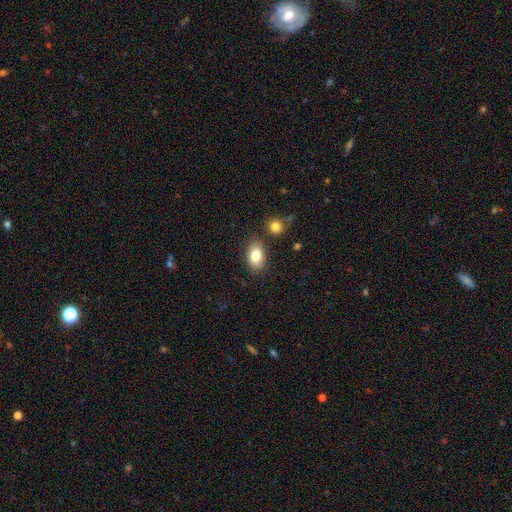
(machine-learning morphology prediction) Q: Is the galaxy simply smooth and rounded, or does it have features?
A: smooth — 82%.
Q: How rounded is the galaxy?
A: in between — 86%.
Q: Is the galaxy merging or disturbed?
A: none — 81%.